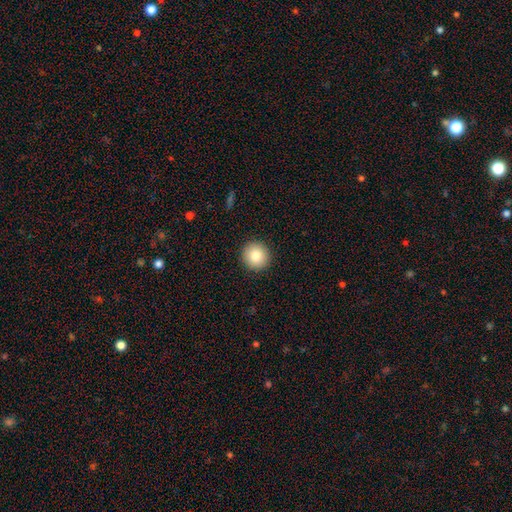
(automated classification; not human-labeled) Smooth or featured? smooth (84%)
How rounded? round (94%)
Merging? none (93%)